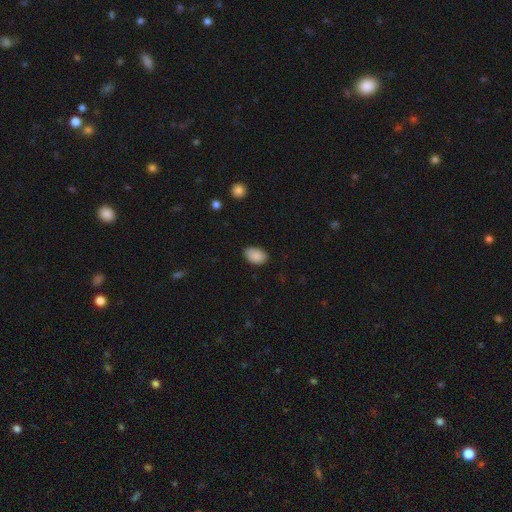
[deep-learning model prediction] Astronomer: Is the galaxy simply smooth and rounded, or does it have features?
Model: smooth — 88%.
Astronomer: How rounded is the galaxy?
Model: in between — 88%.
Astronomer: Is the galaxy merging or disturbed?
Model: none — 77%.